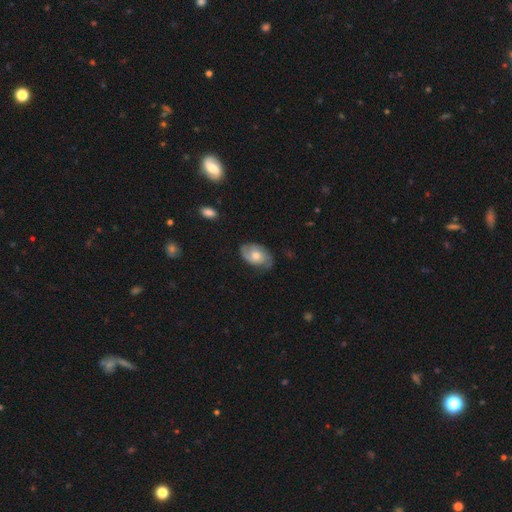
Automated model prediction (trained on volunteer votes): The model was most divided on "smooth or featured": featured or disk: 56%, smooth: 38%, star or artifact: 7%. More confident: edge-on disk — no (95%); spiral arms — yes (83%); bar — no (74%); merging — none (69%); bulge size — moderate (66%).